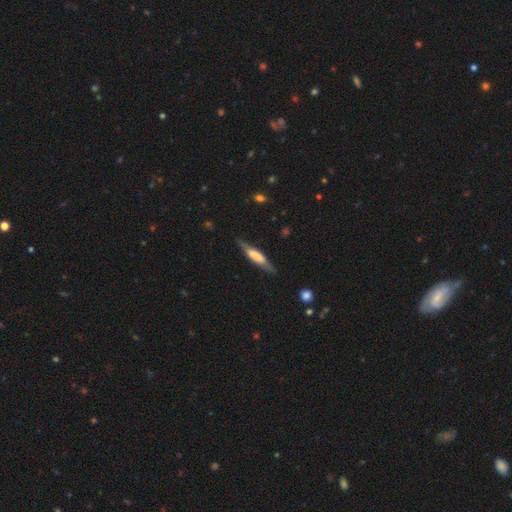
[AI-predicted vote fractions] A featured or disk galaxy (47%, tied with smooth).

Vote fractions:
- Smooth or featured? featured or disk: 47% (tied) / smooth: 47% (tied) / star or artifact: 6%
- Merging? none: 79% / minor disturbance: 15% / major disturbance: 4% / merger: 2%